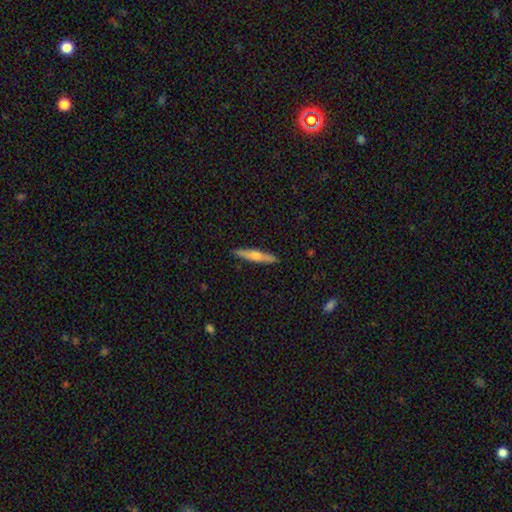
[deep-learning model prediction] smooth_or_featured: smooth (p=0.48) [alt: featured or disk p=0.46]
merging: none (p=0.90) [alt: minor disturbance p=0.08]